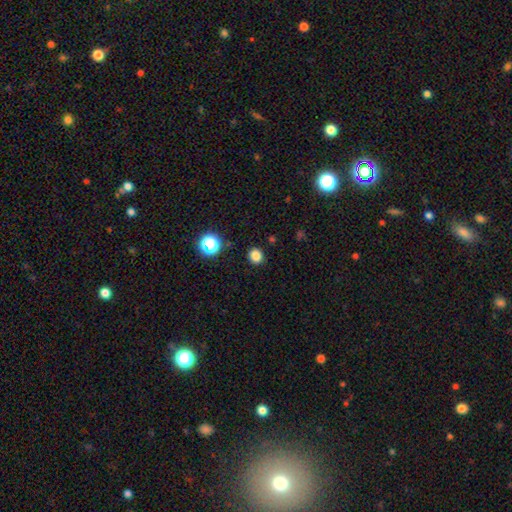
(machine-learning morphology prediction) smooth-or-featured: smooth: 81% | star or artifact: 15% | featured or disk: 4%
  how-rounded: round: 84% | in between: 15% | cigar-shaped: 1%
  merging: none: 90% | minor disturbance: 6% | major disturbance: 2% | merger: 1%